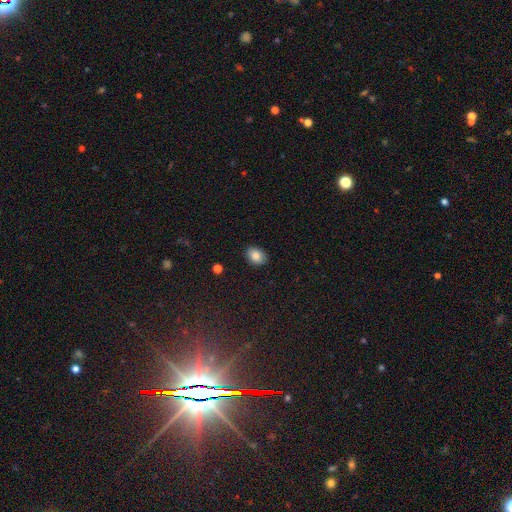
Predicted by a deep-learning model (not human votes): Smooth or featured? Predicted: smooth (p=0.85). How rounded? Predicted: in between (p=0.72). Merging? Predicted: none (p=0.88).